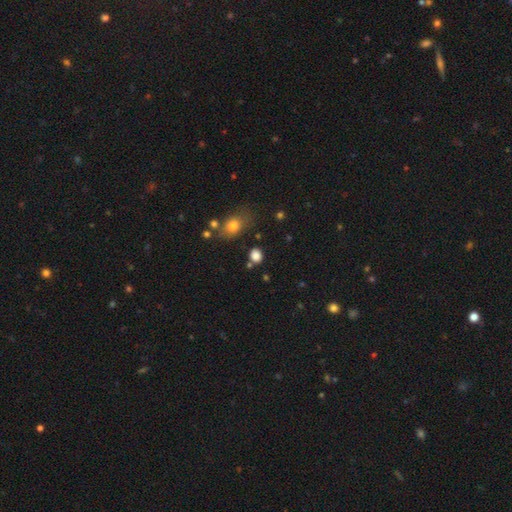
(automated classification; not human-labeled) smooth_or_featured: smooth (p=0.82) [alt: star or artifact p=0.13]
how_rounded: round (p=0.58) [alt: in between p=0.41]
merging: none (p=0.76) [alt: minor disturbance p=0.12]